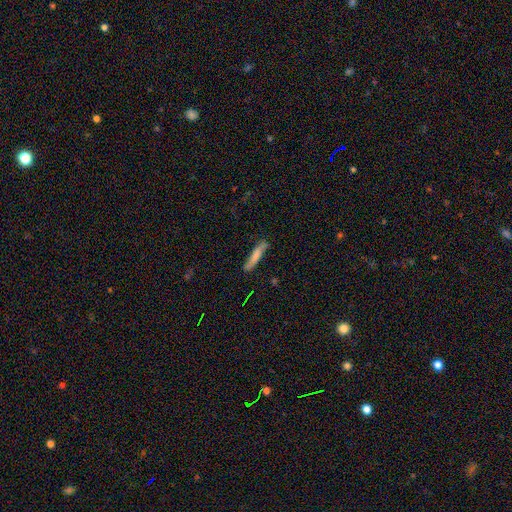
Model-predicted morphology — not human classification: Smooth or featured? smooth (70%)
How rounded? cigar-shaped (88%)
Merging? none (77%)